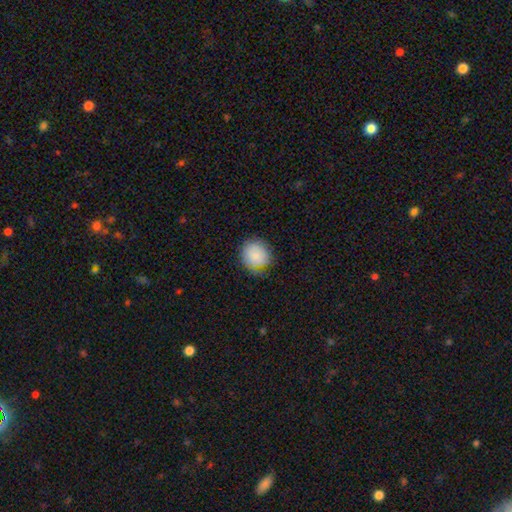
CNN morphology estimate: smooth_or_featured: smooth (p=0.83) [alt: featured or disk p=0.09]
how_rounded: round (p=0.80) [alt: in between p=0.19]
merging: none (p=0.70) [alt: minor disturbance p=0.24]